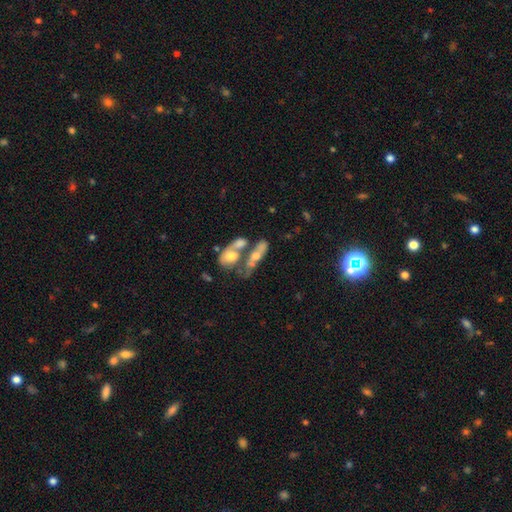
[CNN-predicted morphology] type=featured or disk (47%); merging=merger (58%).